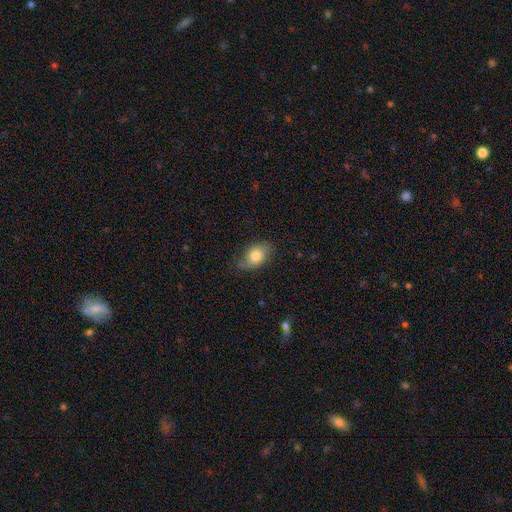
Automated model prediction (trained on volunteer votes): smooth-or-featured: smooth: 72% | featured or disk: 20% | star or artifact: 8%
  how-rounded: in between: 84% | round: 15% | cigar-shaped: 2%
  merging: none: 68% | minor disturbance: 24% | major disturbance: 7% | merger: 1%